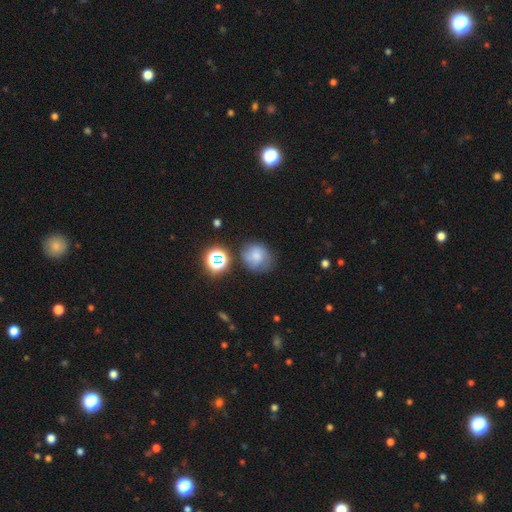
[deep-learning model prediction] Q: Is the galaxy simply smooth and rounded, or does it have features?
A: smooth — 64%.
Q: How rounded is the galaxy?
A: round — 75%.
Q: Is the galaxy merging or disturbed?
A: none — 62%.